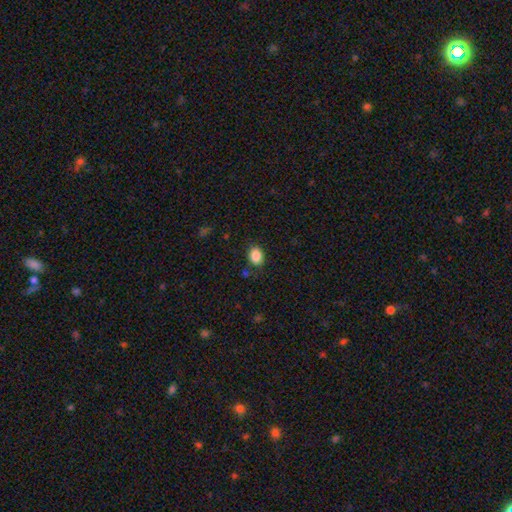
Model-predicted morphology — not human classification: This appears to be a smooth galaxy with no disk features (87%) that is in between round and cigar-shaped (58%). Merging: none (82%).